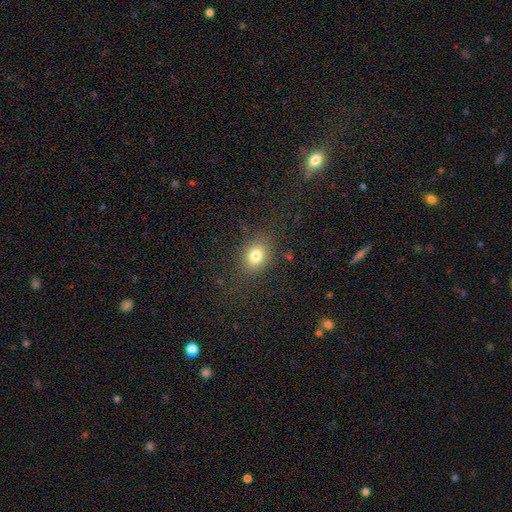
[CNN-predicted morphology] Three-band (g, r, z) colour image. It shows a smooth galaxy with no disk features (79%) that is in between round and cigar-shaped (58%). Merging: none (82%).